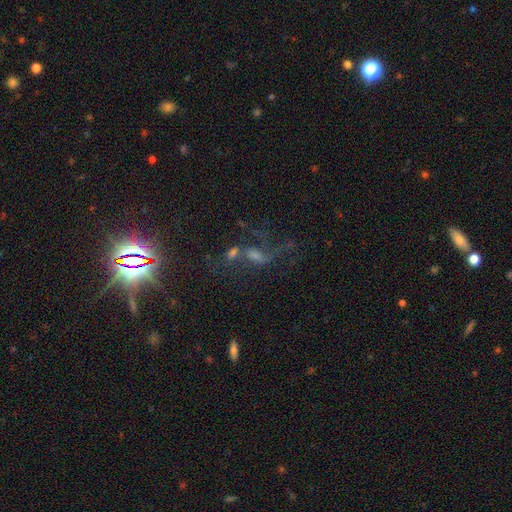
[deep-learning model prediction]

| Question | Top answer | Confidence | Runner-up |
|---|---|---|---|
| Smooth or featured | featured or disk | 42% | star or artifact (32%) |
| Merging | merger | 36% | none (29%) |